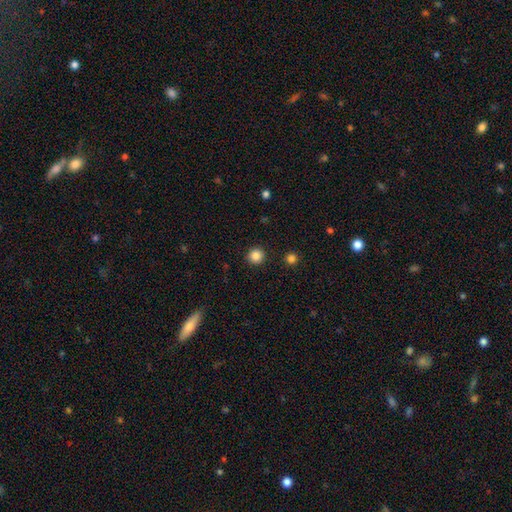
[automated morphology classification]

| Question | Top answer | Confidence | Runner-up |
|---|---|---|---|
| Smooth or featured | smooth | 86% | star or artifact (11%) |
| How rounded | round | 95% | in between (4%) |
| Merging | none | 92% | minor disturbance (5%) |